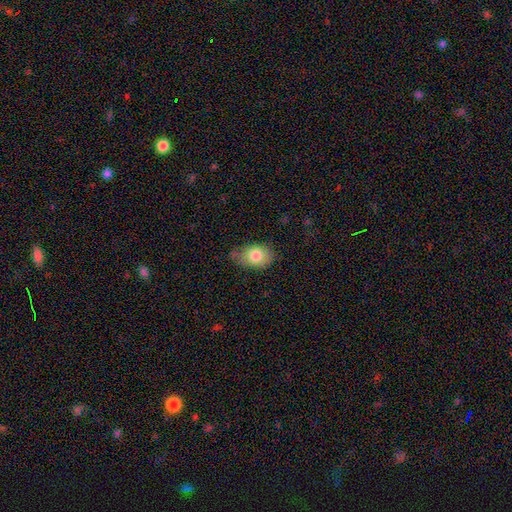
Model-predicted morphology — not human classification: Smooth or featured: smooth — 81% (featured or disk — 11%)
How rounded: in between — 78% (round — 21%)
Merging: none — 57% (minor disturbance — 34%)